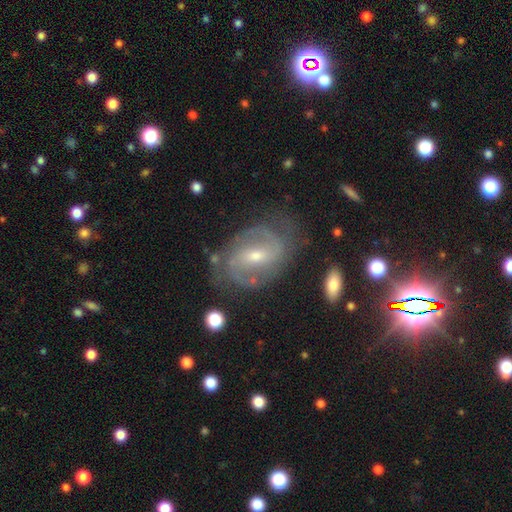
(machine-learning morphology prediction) Smooth or featured?
  - featured or disk: 84% *
  - star or artifact: 9%
  - smooth: 7%
Edge-on disk?
  - no: 96% *
  - yes: 4%
Bar?
  - weak: 48% *
  - strong: 31%
  - no: 22%
Spiral arms?
  - yes: 96% *
  - no: 4%
Spiral winding?
  - tight: 50% *
  - medium: 39%
  - loose: 11%
Spiral arm count?
  - 2: 65% *
  - can't tell: 16%
  - 3: 9%
  - 4: 3%
  - 1: 3%
  - more than 4: 3%
Bulge size?
  - small: 52% *
  - moderate: 44%
  - large: 2%
  - none: 1%
  - dominant: 1%
Merging?
  - none: 77% *
  - minor disturbance: 15%
  - major disturbance: 6%
  - merger: 2%